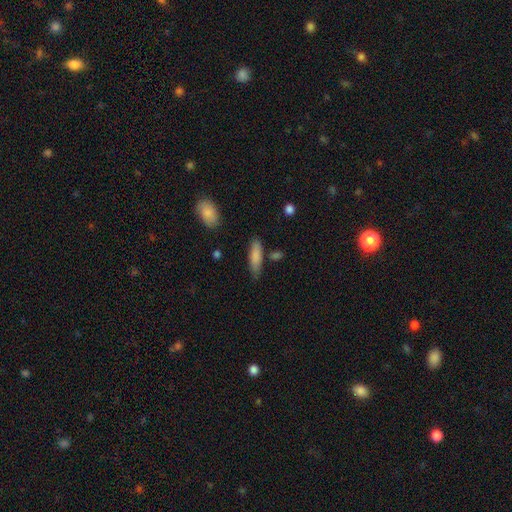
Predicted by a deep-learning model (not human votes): A smooth galaxy with no disk features (83%) that is cigar-shaped (55%). Merging: none (74%).